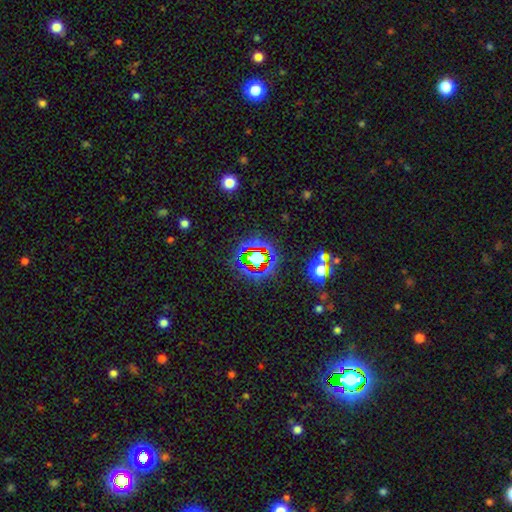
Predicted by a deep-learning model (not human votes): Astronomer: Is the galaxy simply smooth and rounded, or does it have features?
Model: star or artifact — 71%.